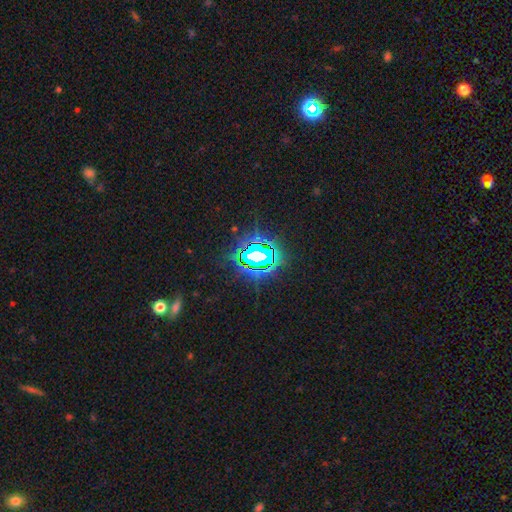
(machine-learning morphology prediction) The model was most divided on "smooth or featured": star or artifact: 78%, featured or disk: 11%, smooth: 11%.